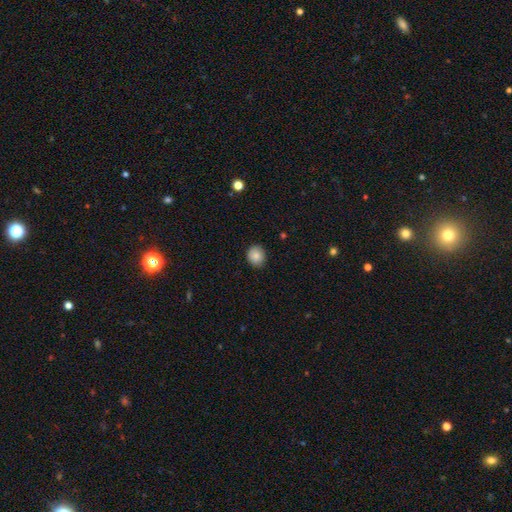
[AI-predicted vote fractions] This is clearly a smooth galaxy (85%). How rounded: likely round (73%). Merging: clearly none (88%).